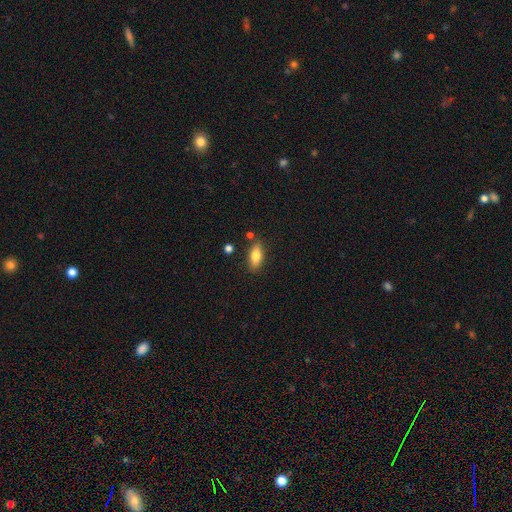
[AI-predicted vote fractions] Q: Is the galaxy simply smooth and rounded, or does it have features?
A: smooth — 77%.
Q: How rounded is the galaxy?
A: in between — 79%.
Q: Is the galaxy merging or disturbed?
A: none — 82%.